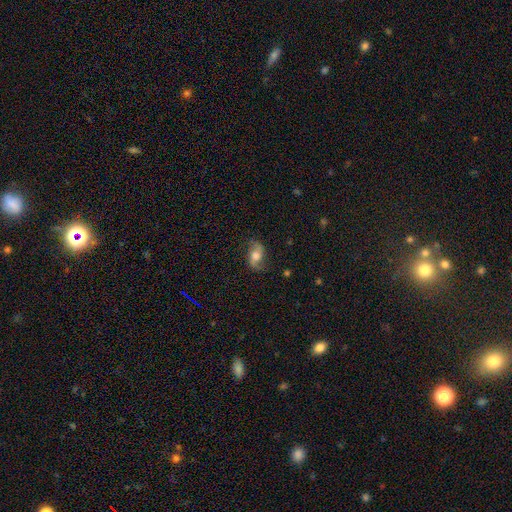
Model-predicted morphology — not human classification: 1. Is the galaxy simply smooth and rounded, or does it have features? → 51% featured or disk, 40% smooth, 9% star or artifact.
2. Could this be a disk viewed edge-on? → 91% no, 9% yes.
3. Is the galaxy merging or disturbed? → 71% none, 19% minor disturbance, 9% major disturbance, 1% merger.